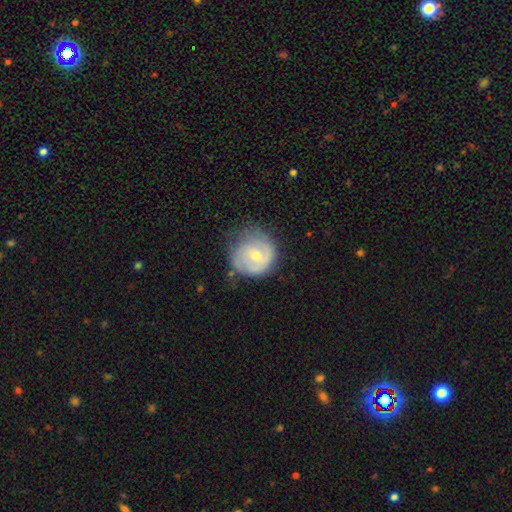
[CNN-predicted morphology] This is possibly a featured or disk galaxy (57%). It is clearly not viewed edge-on (97%). Bar: likely no (64%). Spiral arm pattern: likely yes (73%). Central bulge: possibly moderate (55%). Merging: possibly none (57%).